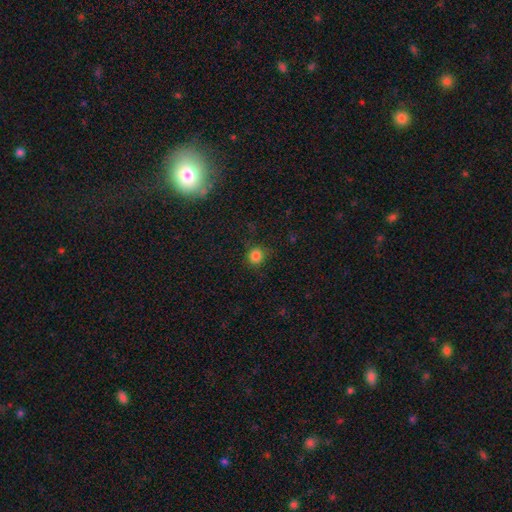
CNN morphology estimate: smooth-or-featured: smooth: 83% | star or artifact: 13% | featured or disk: 4%
  how-rounded: round: 88% | in between: 11% | cigar-shaped: 1%
  merging: none: 83% | minor disturbance: 12% | major disturbance: 4% | merger: 1%